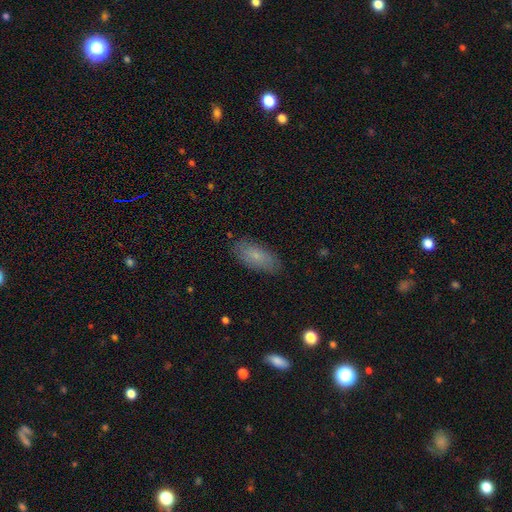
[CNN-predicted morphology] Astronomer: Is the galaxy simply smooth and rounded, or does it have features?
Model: smooth — 76%.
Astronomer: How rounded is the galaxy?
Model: in between — 86%.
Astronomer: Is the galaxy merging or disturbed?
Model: none — 83%.